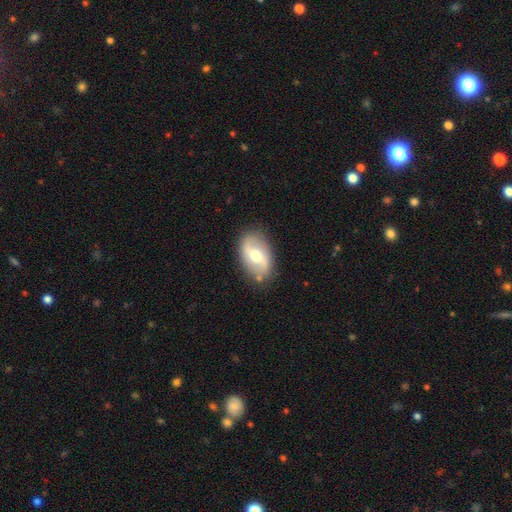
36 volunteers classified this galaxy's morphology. A smooth galaxy with no disk features (50%) that is in between round and cigar-shaped (72%). Merging: none (79%).